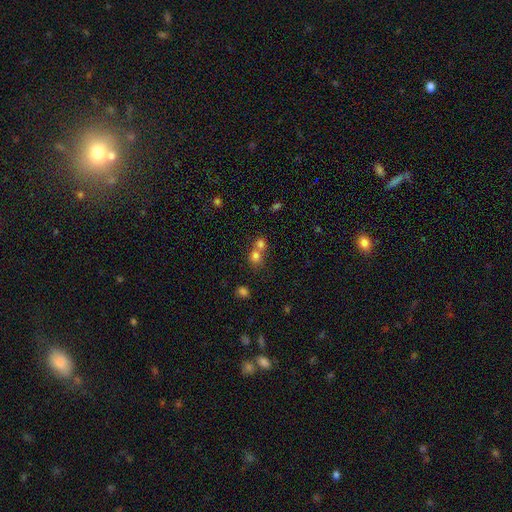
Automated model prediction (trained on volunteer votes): This appears to be a smooth galaxy with no disk features (75%) that is round (80%). Merging: merger (58%).